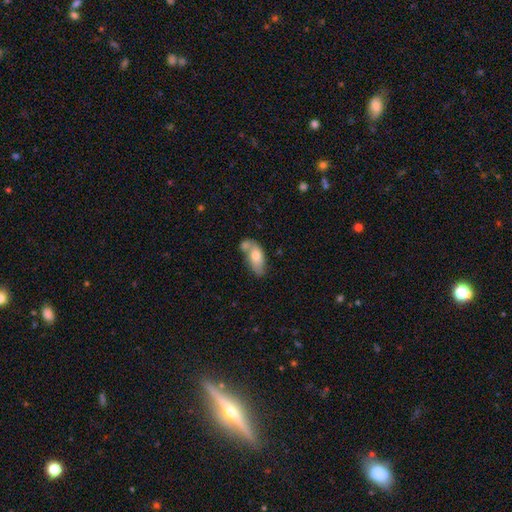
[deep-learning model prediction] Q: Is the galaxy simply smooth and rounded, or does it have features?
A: smooth — 65%.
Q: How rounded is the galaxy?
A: in between — 88%.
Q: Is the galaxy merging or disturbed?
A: merger — 38%.